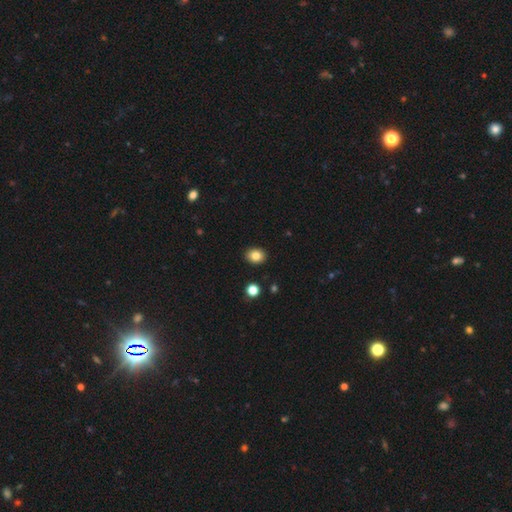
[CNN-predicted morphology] type=smooth (83%); roundness=round (50%); merging=none (91%).